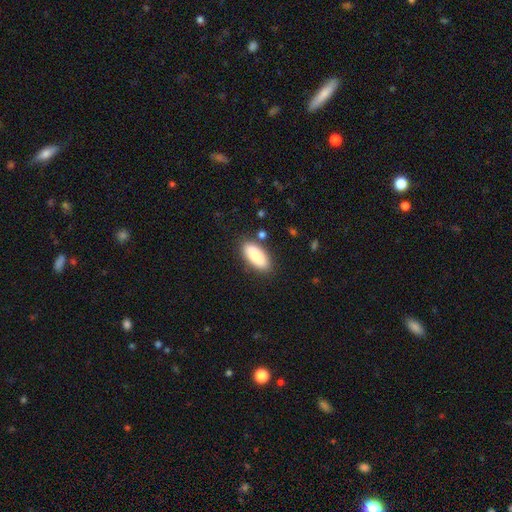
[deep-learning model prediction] A smooth galaxy with no disk features (85%) that is in between round and cigar-shaped (84%). Merging: none (84%).